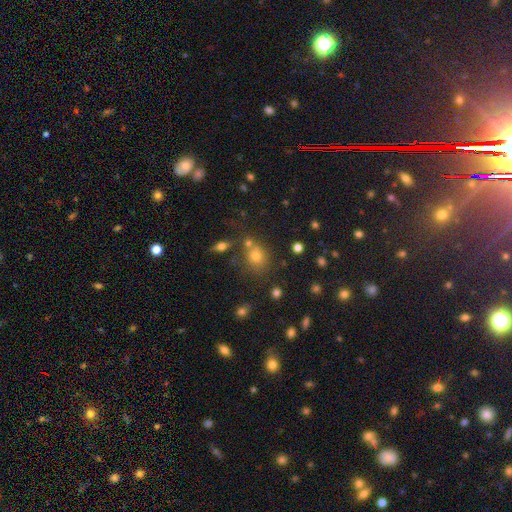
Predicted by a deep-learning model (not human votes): smooth 69%, star or artifact 21%, featured or disk 11%. Down the decision tree: how rounded — round (68%); merging — none (65%).